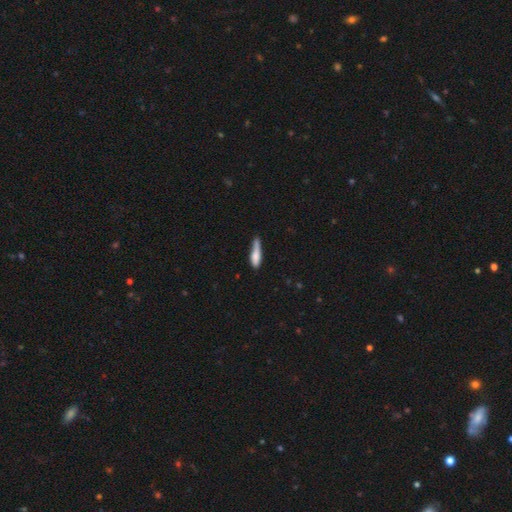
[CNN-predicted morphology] Smooth or featured?
  - smooth: 74% *
  - featured or disk: 19%
  - star or artifact: 7%
How rounded?
  - cigar-shaped: 72% *
  - in between: 26%
  - round: 2%
Merging?
  - none: 45% *
  - minor disturbance: 37%
  - major disturbance: 11%
  - merger: 7%